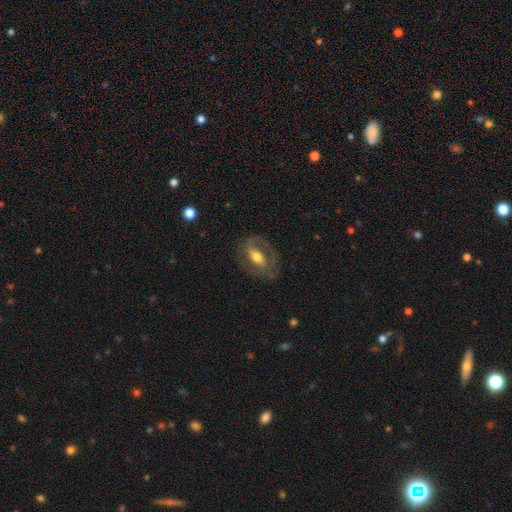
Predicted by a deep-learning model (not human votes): A featured or disk galaxy (63%) with a strong bar (37%), spiral arms (56%) and a moderate central bulge (67%). Merging: none (69%).